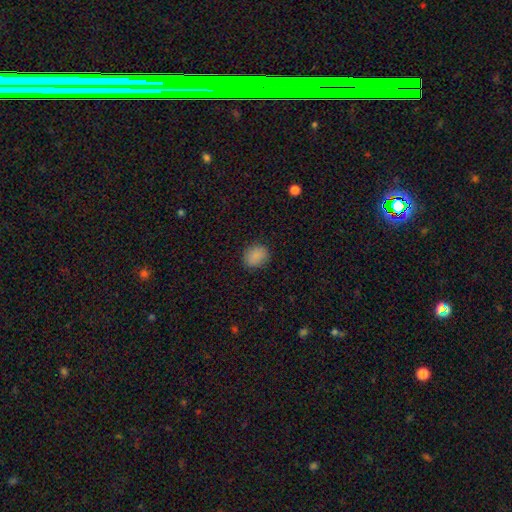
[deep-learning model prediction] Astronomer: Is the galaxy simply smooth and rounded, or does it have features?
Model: smooth — 87%.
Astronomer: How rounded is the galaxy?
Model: round — 56% (runner-up: in between, 44%).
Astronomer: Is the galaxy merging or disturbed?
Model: none — 86%.